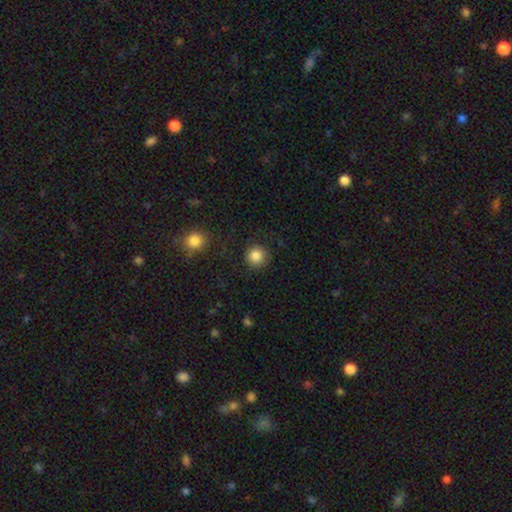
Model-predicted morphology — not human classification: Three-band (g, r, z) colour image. It shows a smooth galaxy with no disk features (85%) that is round (94%). Merging: none (86%).